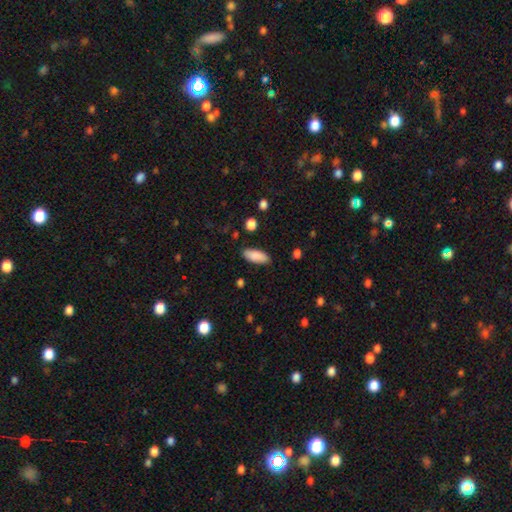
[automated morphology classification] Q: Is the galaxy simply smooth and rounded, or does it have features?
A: smooth — 88%.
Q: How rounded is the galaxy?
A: in between — 82%.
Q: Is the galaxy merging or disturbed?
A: none — 85%.